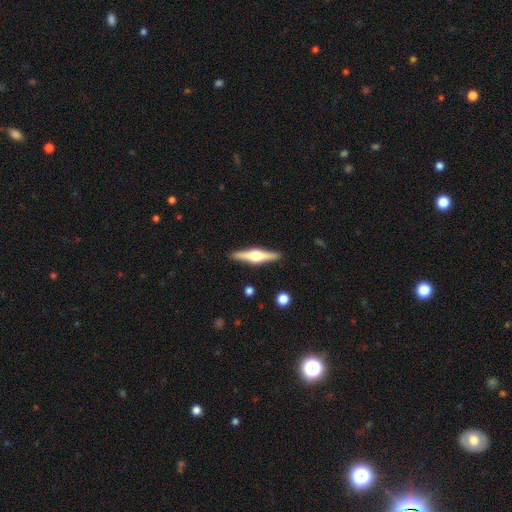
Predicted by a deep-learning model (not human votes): This appears to be a featured or disk galaxy (74%) viewed edge-on (98%) with a rounded central bulge (94%). Merging: none (91%).